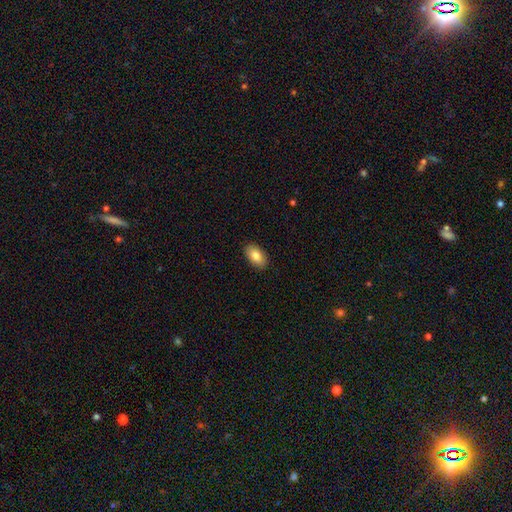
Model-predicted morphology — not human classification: The model was most divided on "smooth or featured": smooth: 83%, featured or disk: 10%, star or artifact: 7%. More confident: how rounded — in between (93%); merging — none (90%).